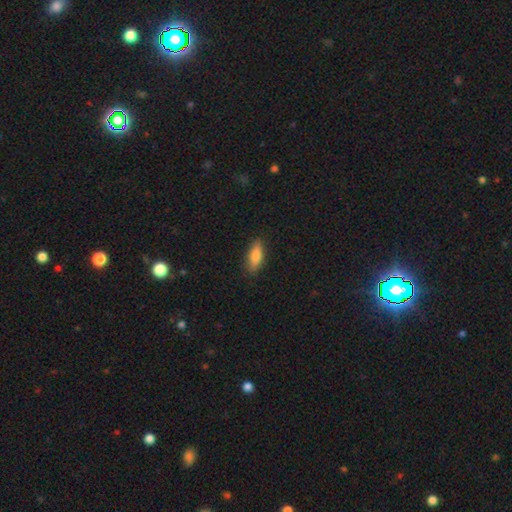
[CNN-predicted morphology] A smooth galaxy with no disk features (82%) that is in between round and cigar-shaped (67%). Merging: none (83%).